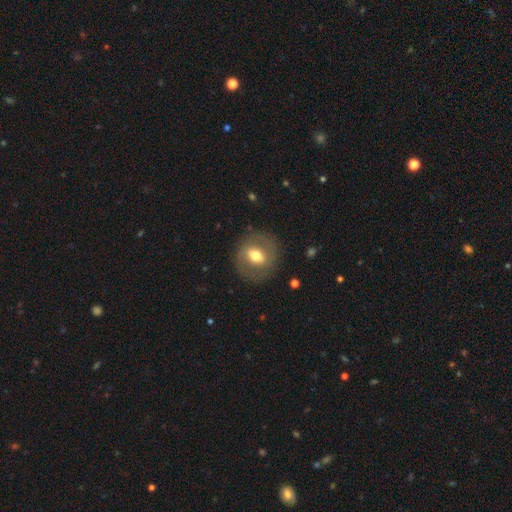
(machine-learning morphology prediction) Smooth or featured?
  - smooth: 47% *
  - featured or disk: 46%
  - star or artifact: 7%
Merging?
  - none: 81% *
  - minor disturbance: 11%
  - major disturbance: 6%
  - merger: 1%